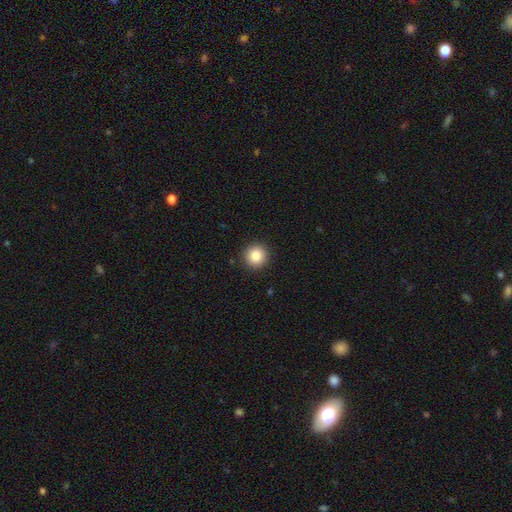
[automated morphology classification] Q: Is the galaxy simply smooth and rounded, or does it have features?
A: smooth — 85%.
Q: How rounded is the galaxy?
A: round — 95%.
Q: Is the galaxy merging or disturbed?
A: none — 92%.